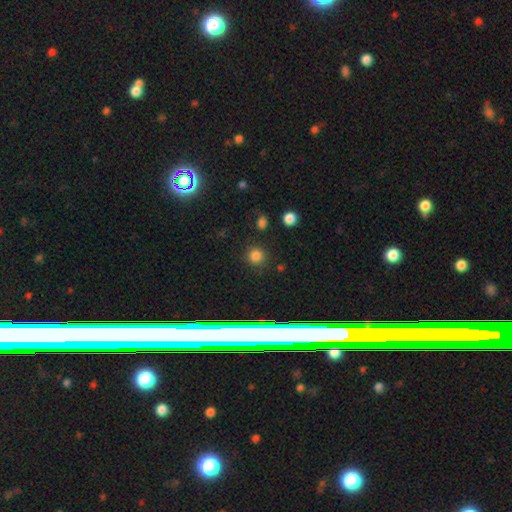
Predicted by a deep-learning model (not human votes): Smooth or featured? Predicted: smooth (p=0.75). How rounded? Predicted: round (p=0.92). Merging? Predicted: none (p=0.88).